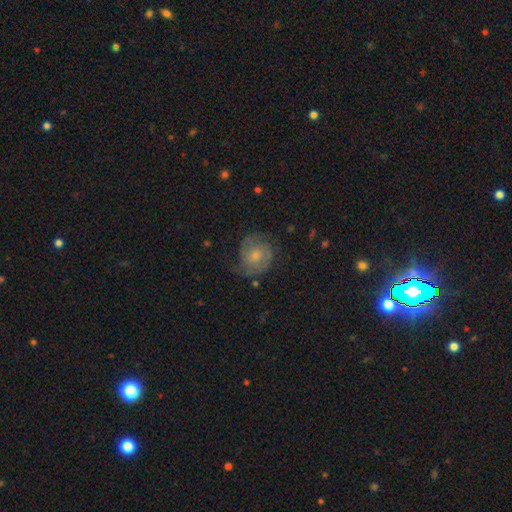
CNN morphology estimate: A featured or disk galaxy (54%) with no bar (68%), spiral arms (82%) and a moderate central bulge (47%). Merging: none (59%).